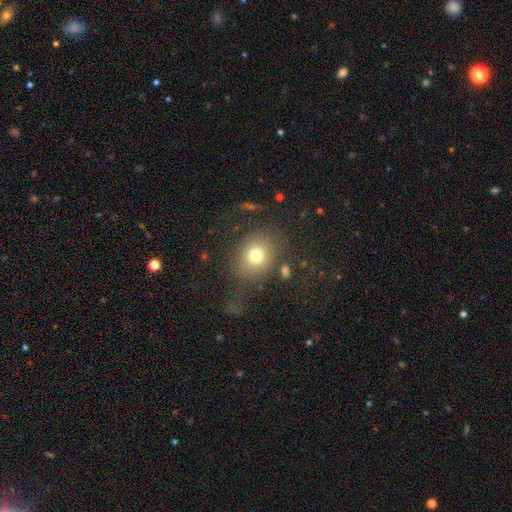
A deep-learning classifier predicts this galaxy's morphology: A smooth galaxy with no disk features (73%) that is round (64%).

Vote fractions:
- Smooth or featured? smooth: 73% / featured or disk: 14% / star or artifact: 13%
- How rounded? round: 64% / in between: 35% / cigar-shaped: 1%
- Merging? none: 66% / minor disturbance: 15% / major disturbance: 15% / merger: 4%